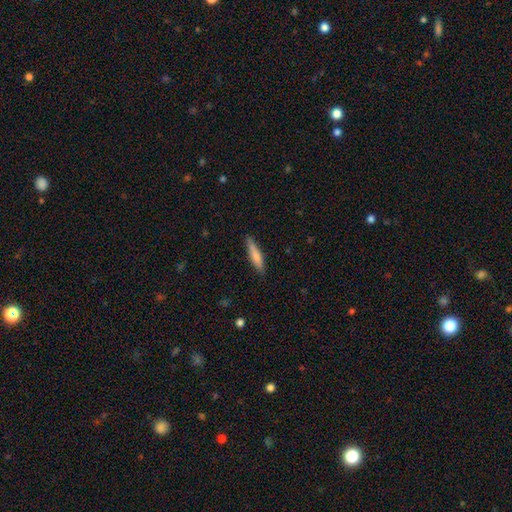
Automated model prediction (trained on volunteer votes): Smooth or featured: smooth — 75% (featured or disk — 20%)
How rounded: cigar-shaped — 85% (in between — 14%)
Merging: none — 84% (minor disturbance — 12%)